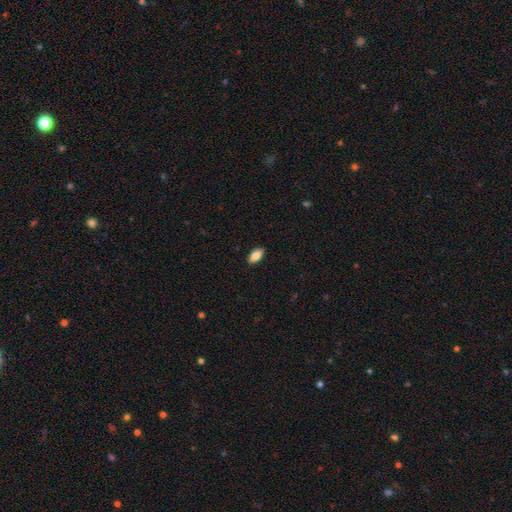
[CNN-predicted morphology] type=smooth (81%); roundness=in between (90%); merging=none (89%).